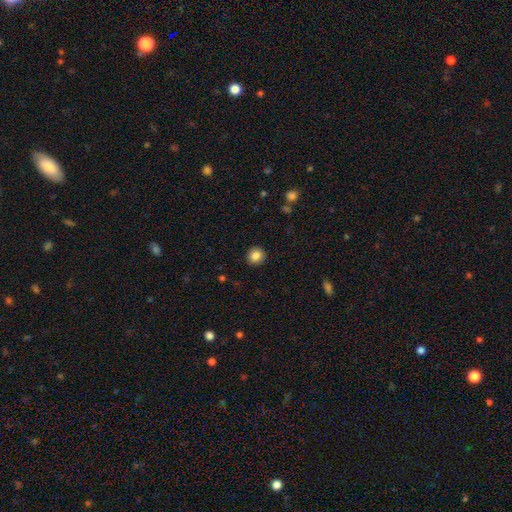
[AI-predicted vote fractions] smooth_or_featured: smooth (p=0.86) [alt: star or artifact p=0.09]
how_rounded: round (p=0.92) [alt: in between p=0.07]
merging: none (p=0.91) [alt: minor disturbance p=0.06]